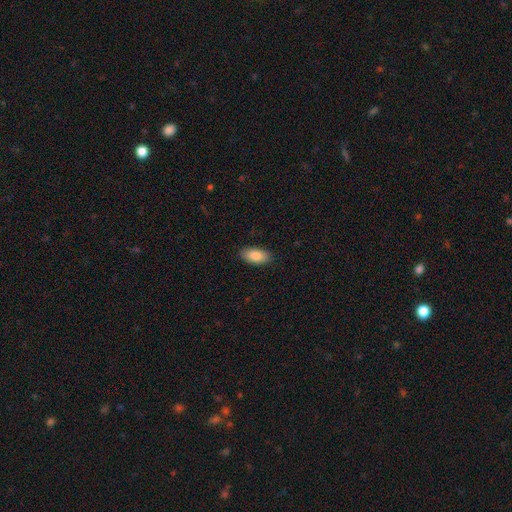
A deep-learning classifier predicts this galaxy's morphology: A smooth galaxy with no disk features (88%) that is in between round and cigar-shaped (92%). Merging: none (89%).